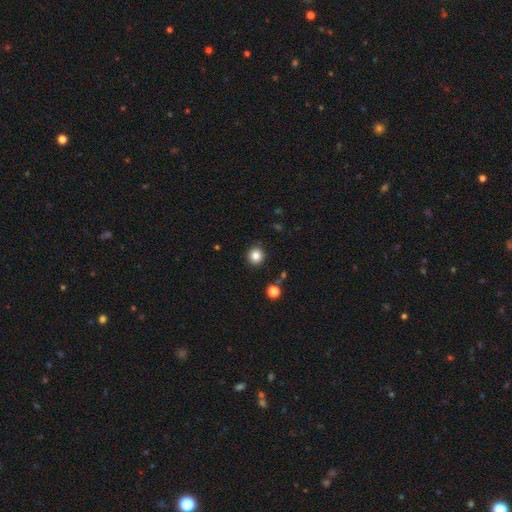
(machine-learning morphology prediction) Overall: smooth (84%). How rounded: round (92%). Merging: none (90%).